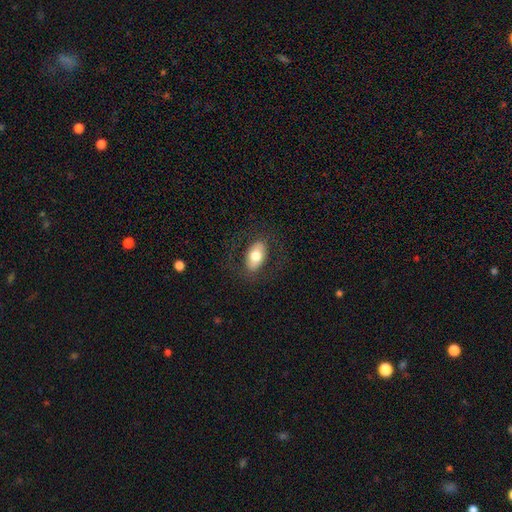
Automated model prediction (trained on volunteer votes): The model was most divided on "smooth or featured": smooth: 70%, featured or disk: 24%, star or artifact: 7%. More confident: how rounded — in between (92%); merging — none (81%).